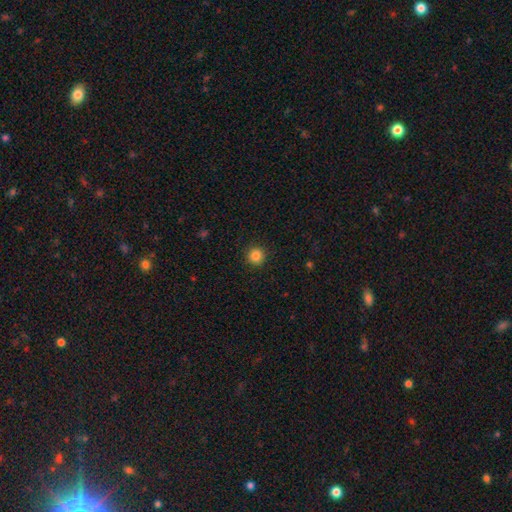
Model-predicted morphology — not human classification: smooth 86%, star or artifact 11%, featured or disk 4%. Down the decision tree: how rounded — round (95%); merging — none (92%).